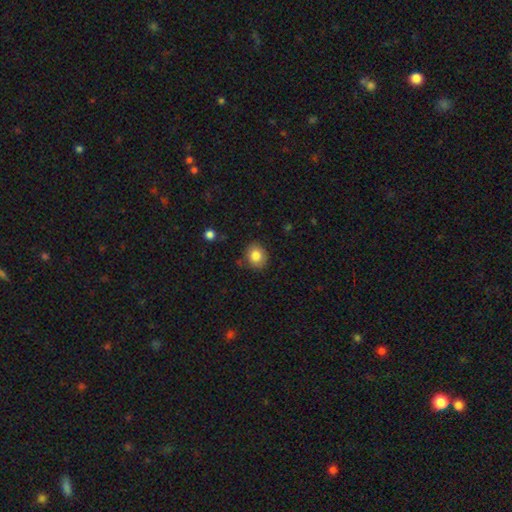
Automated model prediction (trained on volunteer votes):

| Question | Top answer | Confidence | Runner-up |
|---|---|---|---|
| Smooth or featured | smooth | 82% | star or artifact (9%) |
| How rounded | round | 70% | in between (30%) |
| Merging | none | 84% | minor disturbance (11%) |